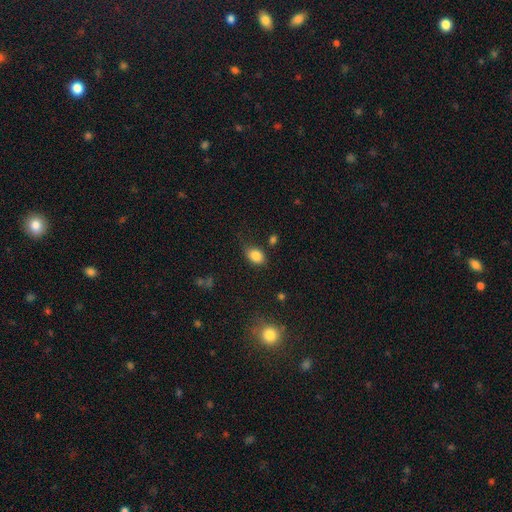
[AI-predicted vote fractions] Smooth or featured? smooth (84%)
How rounded? in between (77%)
Merging? none (71%)